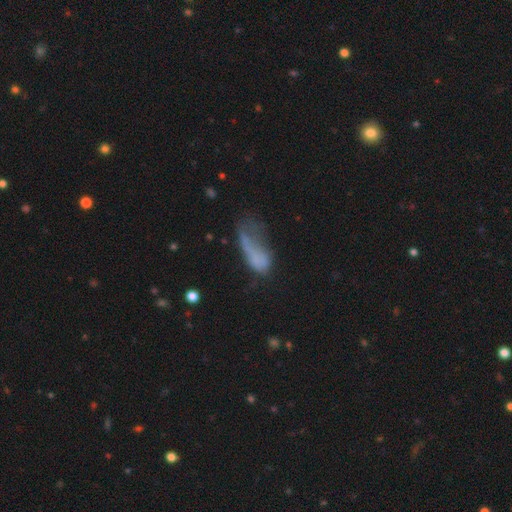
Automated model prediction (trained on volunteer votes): Smooth or featured? Predicted: smooth (p=0.58). How rounded? Predicted: in between (p=0.77). Merging? Predicted: major disturbance (p=0.51).